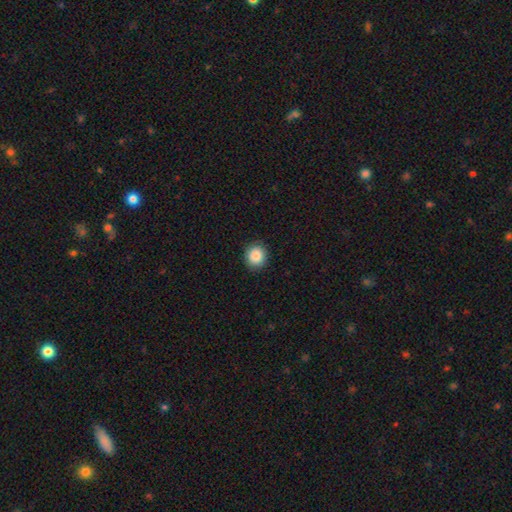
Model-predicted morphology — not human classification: A smooth galaxy with no disk features (86%) that is round (83%). Merging: none (89%).